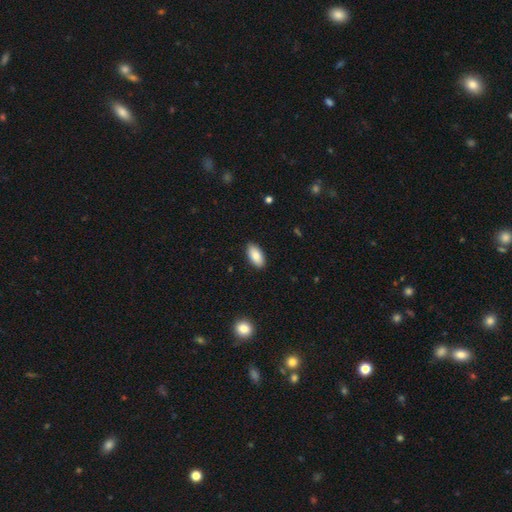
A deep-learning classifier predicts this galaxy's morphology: This is clearly a smooth galaxy (84%). How rounded: clearly in between (92%). Merging: clearly none (89%).